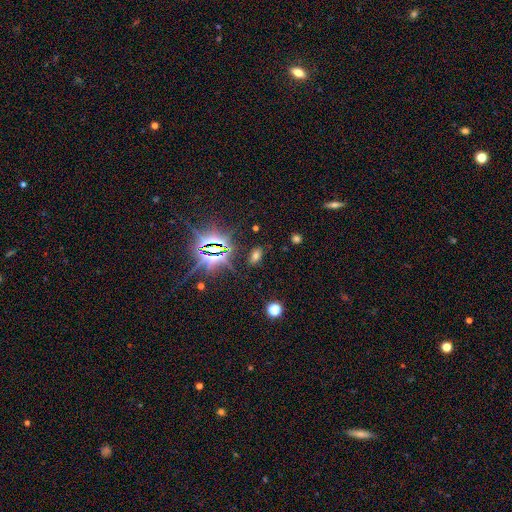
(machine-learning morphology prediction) This is possibly a smooth galaxy (53%). How rounded: clearly in between (88%). Merging: clearly none (83%).